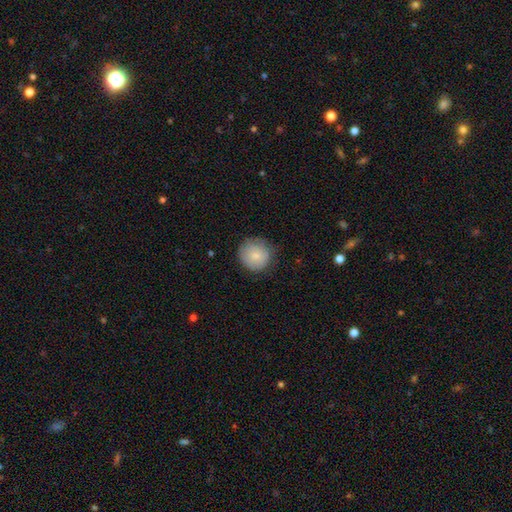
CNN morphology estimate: smooth 81%, featured or disk 11%, star or artifact 7%. Down the decision tree: how rounded — round (93%); merging — none (78%).